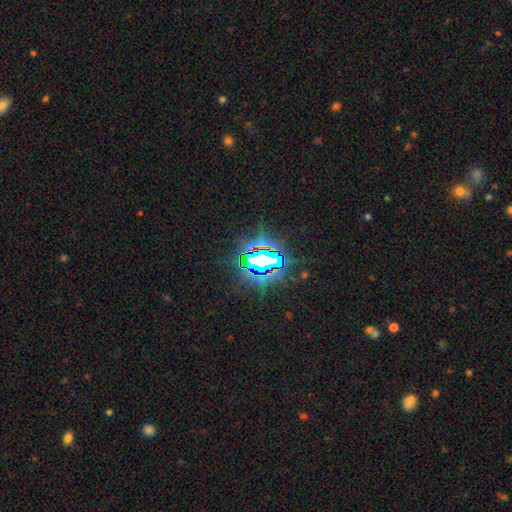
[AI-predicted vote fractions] Smooth or featured: star or artifact — 79% (featured or disk — 11%)